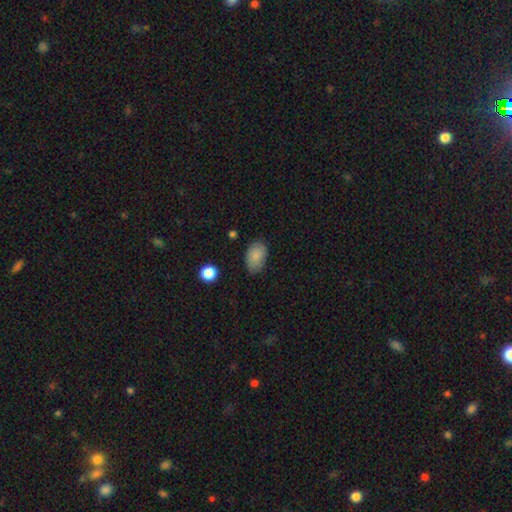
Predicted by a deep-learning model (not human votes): Smooth or featured? Predicted: smooth (p=0.86). How rounded? Predicted: in between (p=0.89). Merging? Predicted: none (p=0.78).